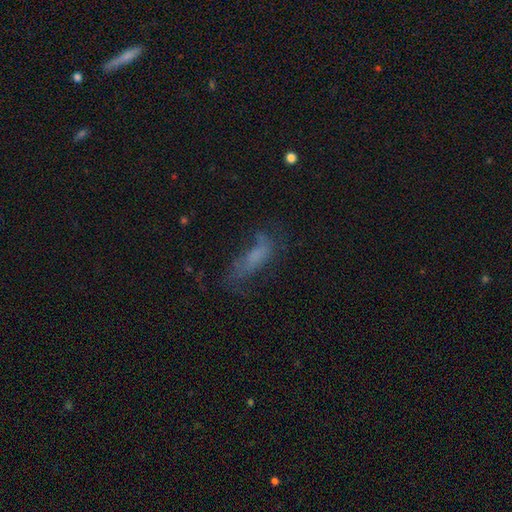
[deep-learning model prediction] smooth_or_featured: smooth (p=0.50) [alt: featured or disk p=0.34]
merging: none (p=0.43) [alt: major disturbance p=0.28]